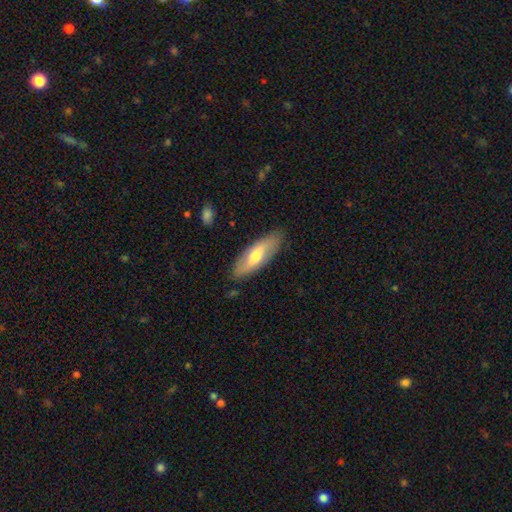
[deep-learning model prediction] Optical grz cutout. It shows a smooth galaxy with no disk features (52%) that is in between round and cigar-shaped (61%). Merging: none (85%).